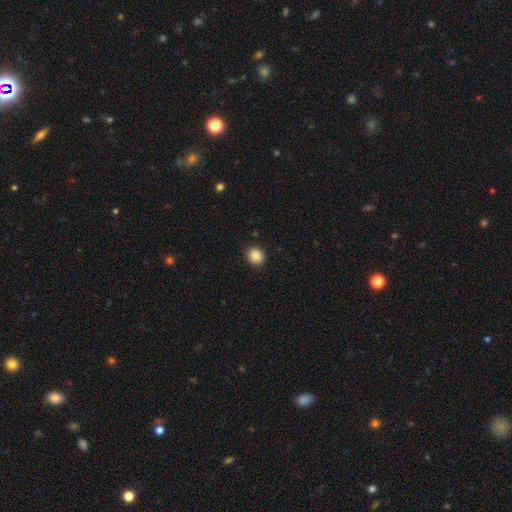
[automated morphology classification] Overall: smooth (87%). How rounded: round (78%). Merging: none (91%).